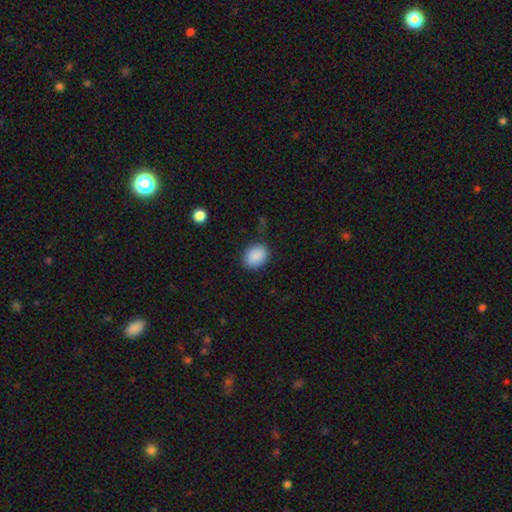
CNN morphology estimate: This is clearly a smooth galaxy (89%). How rounded: likely in between (65%). Merging: clearly none (81%).